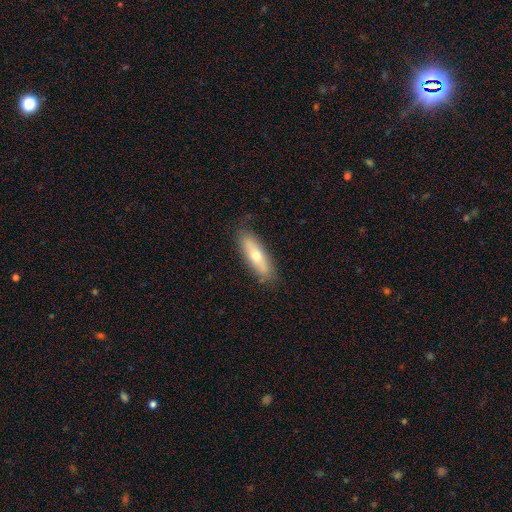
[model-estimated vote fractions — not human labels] Q: Smooth or featured?
A: smooth (60%); runner-up: featured or disk (34%)
Q: How rounded?
A: cigar-shaped (54%); runner-up: in between (43%)
Q: Merging?
A: none (84%); runner-up: minor disturbance (12%)